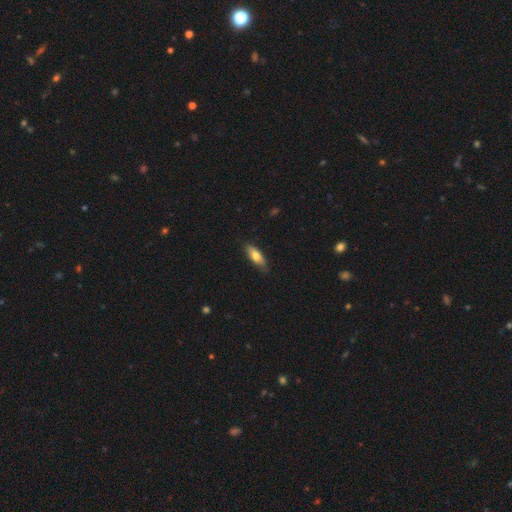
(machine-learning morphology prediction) Q: Smooth or featured?
A: smooth (72%); runner-up: featured or disk (22%)
Q: How rounded?
A: in between (61%); runner-up: cigar-shaped (36%)
Q: Merging?
A: none (83%); runner-up: minor disturbance (14%)